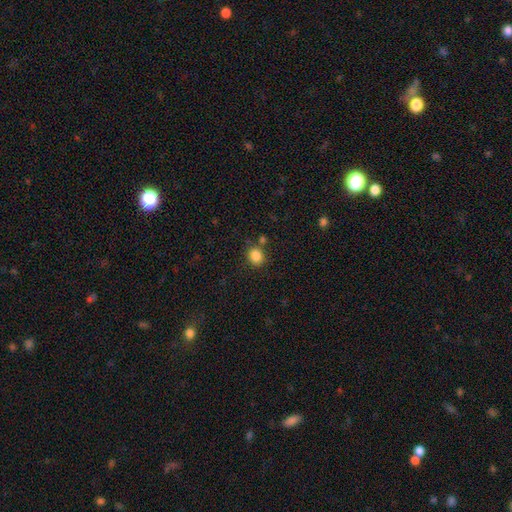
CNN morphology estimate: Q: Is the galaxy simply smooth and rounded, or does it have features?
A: smooth — 86%.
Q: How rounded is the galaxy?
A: round — 71%.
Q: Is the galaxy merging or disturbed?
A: none — 78%.